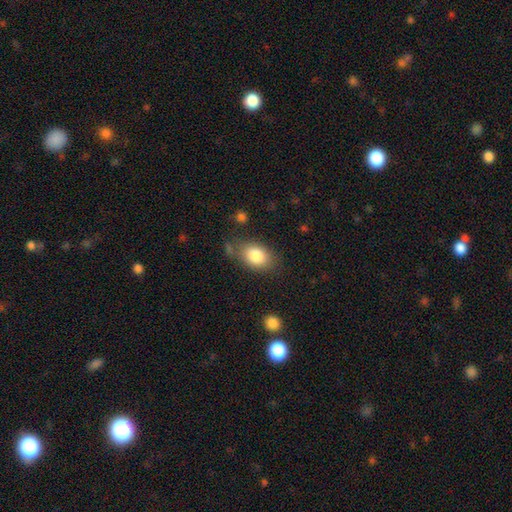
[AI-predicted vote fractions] This appears to be a smooth galaxy with no disk features (83%) that is in between round and cigar-shaped (80%). Merging: none (67%).